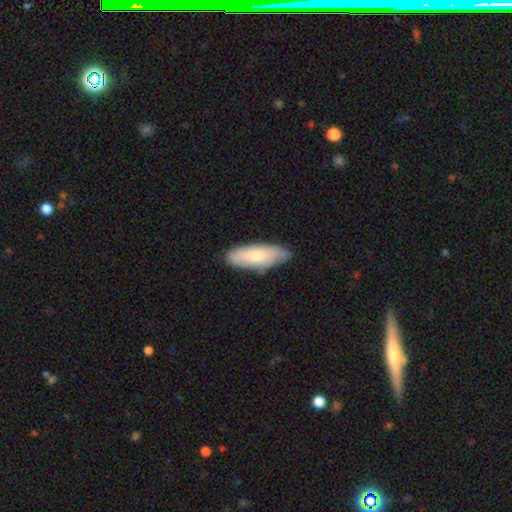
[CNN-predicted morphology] Overall: smooth (70%). How rounded: in between (69%; cigar-shaped 30%). Merging: none (75%).